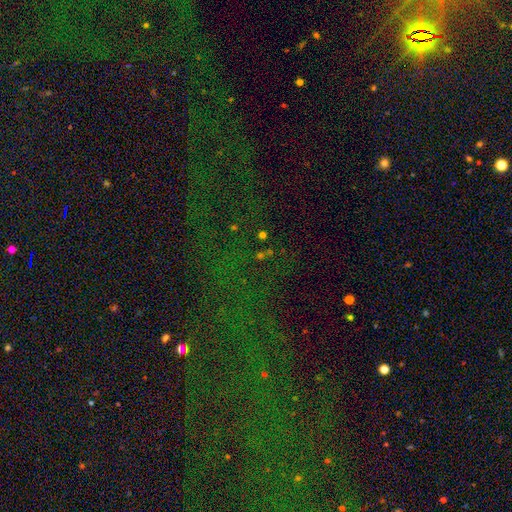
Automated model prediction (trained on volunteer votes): Smooth or featured? Predicted: star or artifact (p=0.77).